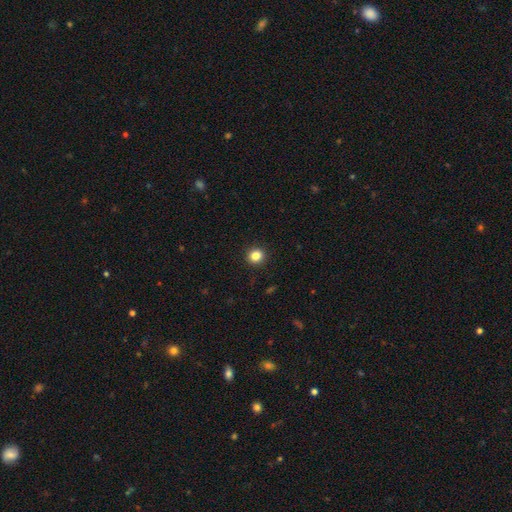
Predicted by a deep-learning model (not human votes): smooth_or_featured: smooth (p=0.85) [alt: star or artifact p=0.11]
how_rounded: round (p=0.90) [alt: in between p=0.10]
merging: none (p=0.93) [alt: minor disturbance p=0.05]